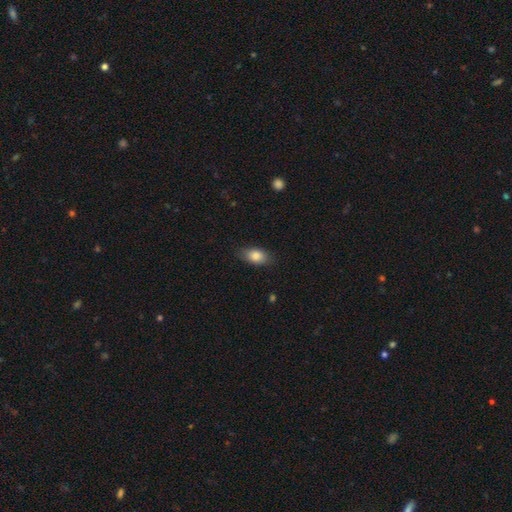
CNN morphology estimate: type=smooth (84%); roundness=in between (88%); merging=none (83%).